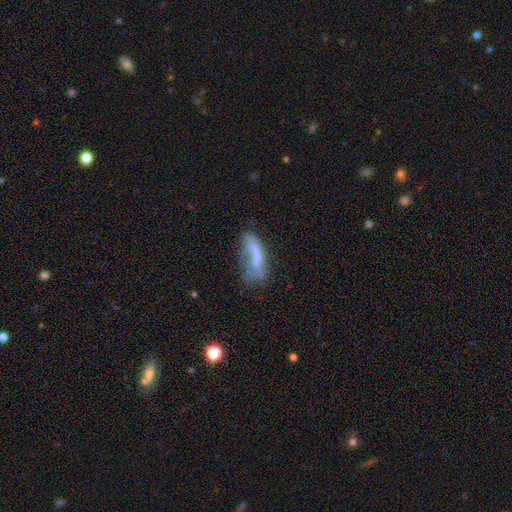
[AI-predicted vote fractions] Smooth or featured? smooth (47%)
Merging? none (33%)